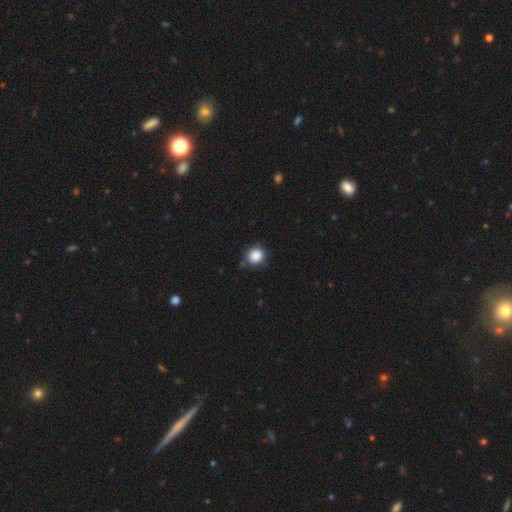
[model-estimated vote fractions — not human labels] Smooth or featured? smooth (87%)
How rounded? round (86%)
Merging? none (78%)